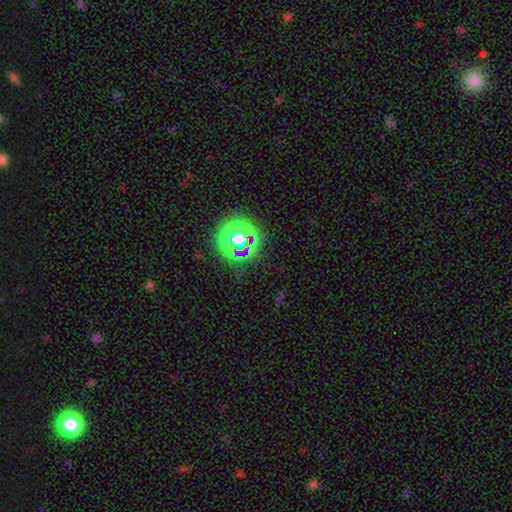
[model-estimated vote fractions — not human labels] This appears to be a star or artifact, not a galaxy (70%).